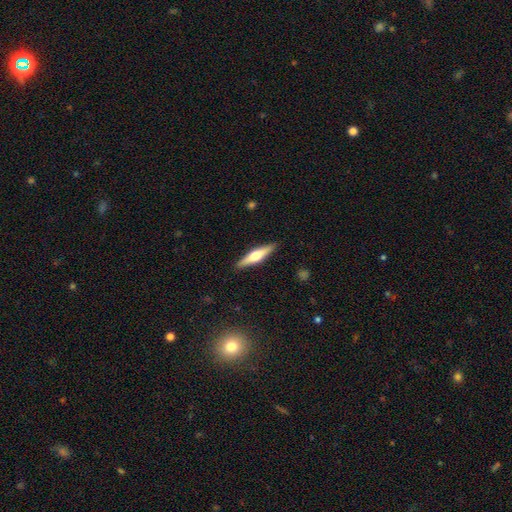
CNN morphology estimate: This appears to be a featured or disk galaxy (56%) viewed edge-on (95%) with a rounded central bulge (93%). Merging: none (90%).